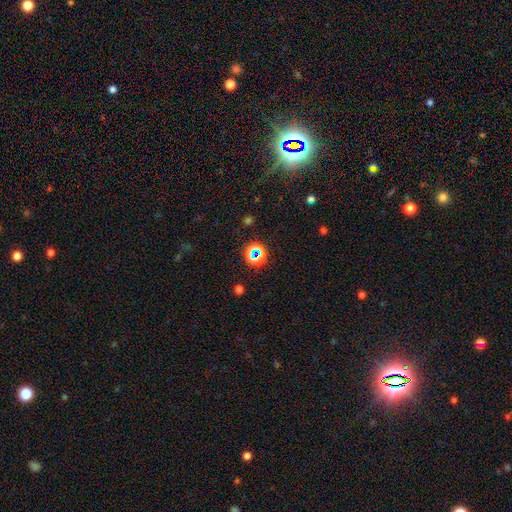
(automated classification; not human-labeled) Morphology: type=star or artifact (61%).